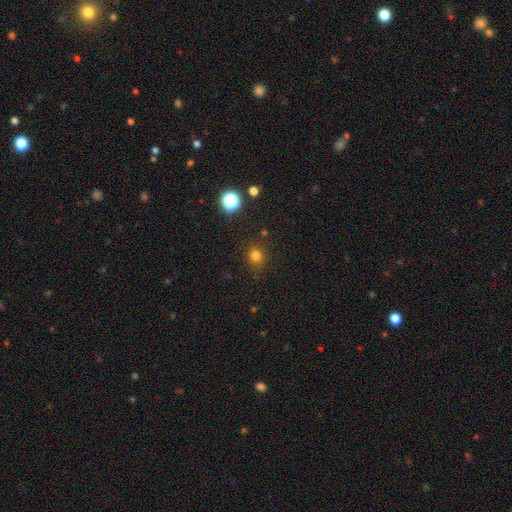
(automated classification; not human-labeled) smooth 77%, star or artifact 18%, featured or disk 5%. Down the decision tree: how rounded — round (81%); merging — none (85%).